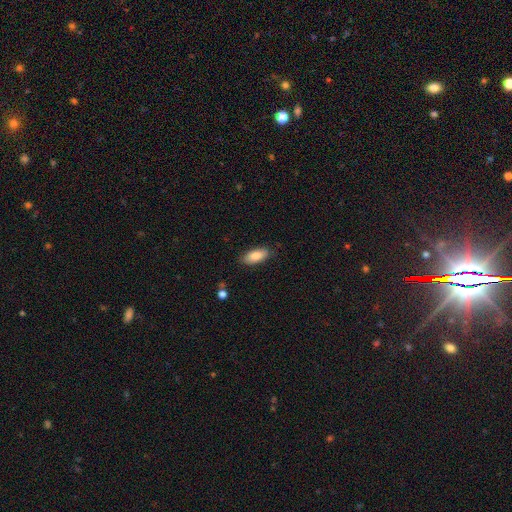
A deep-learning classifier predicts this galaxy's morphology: smooth 84%, featured or disk 9%, star or artifact 6%. Down the decision tree: how rounded — in between (84%); merging — none (85%).